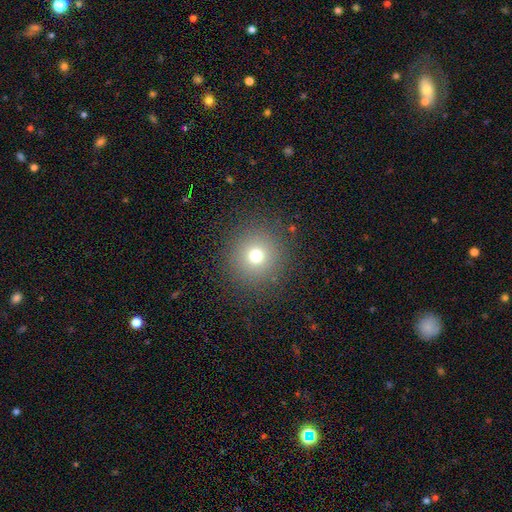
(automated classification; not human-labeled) Smooth or featured? Predicted: smooth (p=0.71). How rounded? Predicted: round (p=0.94). Merging? Predicted: none (p=0.88).